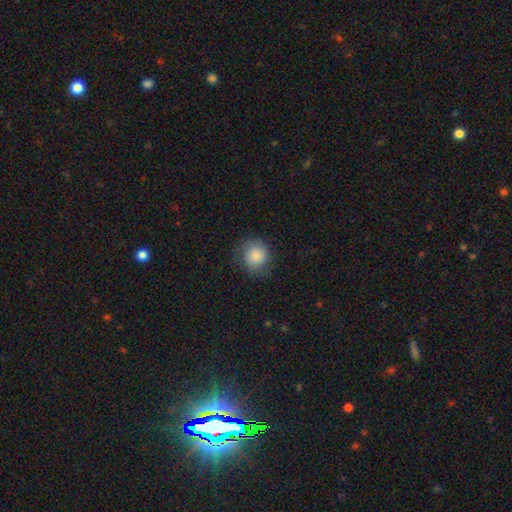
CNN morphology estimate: smooth_or_featured: smooth (p=0.82) [alt: featured or disk p=0.10]
how_rounded: round (p=0.85) [alt: in between p=0.14]
merging: none (p=0.77) [alt: minor disturbance p=0.16]